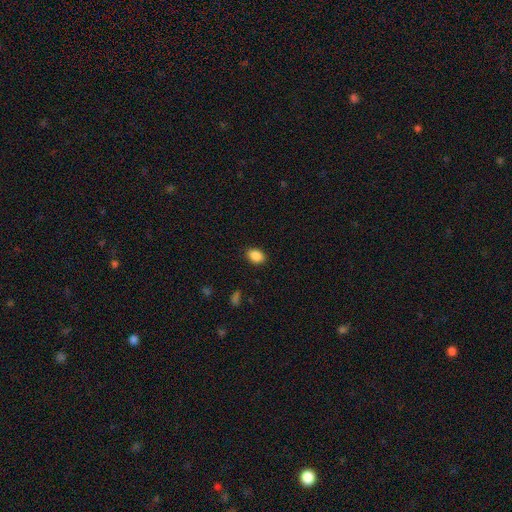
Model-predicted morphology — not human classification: smooth-or-featured: smooth: 88% | star or artifact: 8% | featured or disk: 3%
  how-rounded: in between: 75% | round: 24% | cigar-shaped: 1%
  merging: none: 89% | minor disturbance: 8% | major disturbance: 2% | merger: 1%